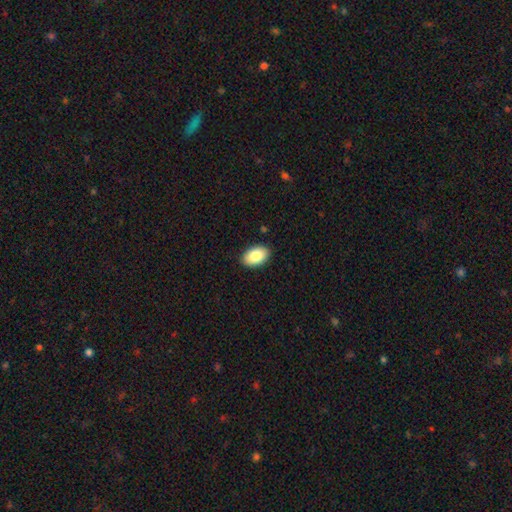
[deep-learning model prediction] Overall: smooth (86%). How rounded: in between (92%). Merging: none (89%).